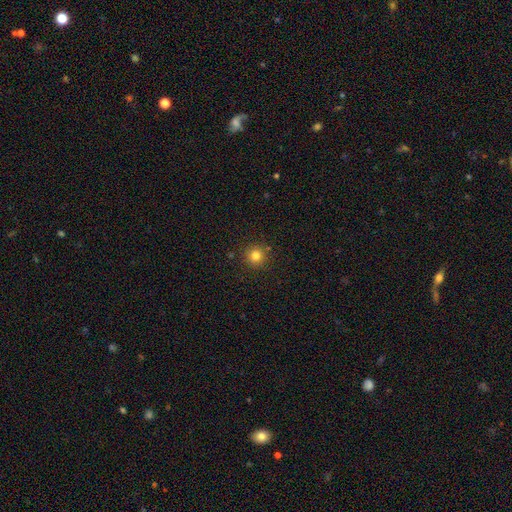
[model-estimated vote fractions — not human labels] Smooth or featured? Predicted: smooth (p=0.81). How rounded? Predicted: round (p=0.95). Merging? Predicted: none (p=0.88).